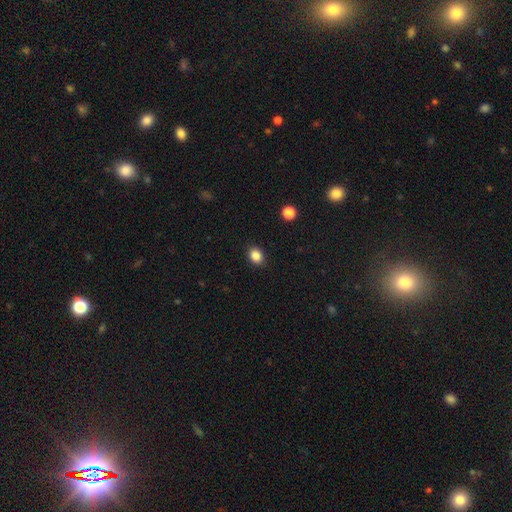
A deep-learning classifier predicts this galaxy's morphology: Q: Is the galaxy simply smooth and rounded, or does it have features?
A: smooth — 86%.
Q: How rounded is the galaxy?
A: in between — 58%.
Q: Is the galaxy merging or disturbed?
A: none — 89%.